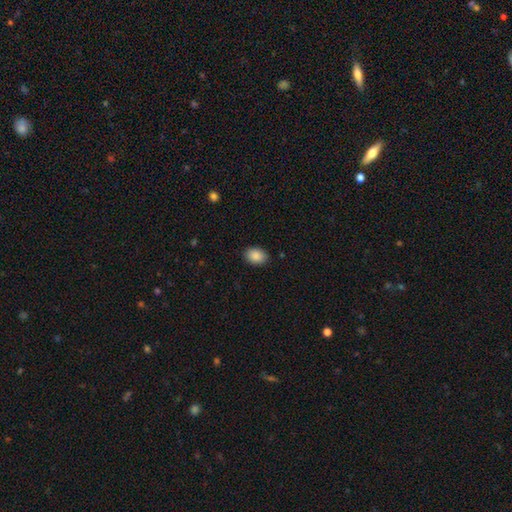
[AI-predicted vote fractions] This appears to be a smooth galaxy with no disk features (89%) that is in between round and cigar-shaped (79%). Merging: none (88%).